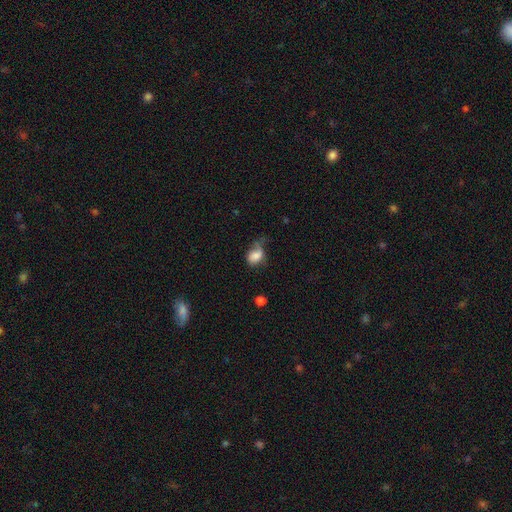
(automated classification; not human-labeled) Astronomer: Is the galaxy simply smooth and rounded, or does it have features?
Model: smooth — 80%.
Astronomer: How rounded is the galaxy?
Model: in between — 71%.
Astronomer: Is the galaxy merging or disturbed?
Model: minor disturbance — 38% (runner-up: none, 30%).